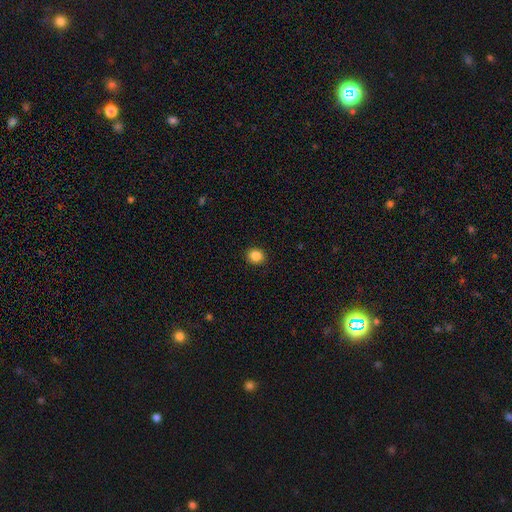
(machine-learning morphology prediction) smooth 86%, star or artifact 10%, featured or disk 3%. Down the decision tree: how rounded — round (80%); merging — none (92%).